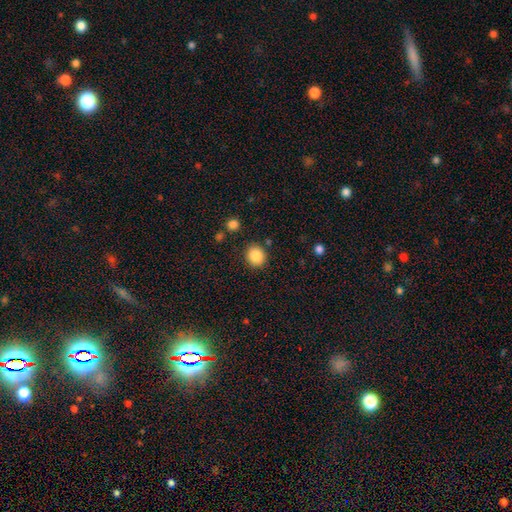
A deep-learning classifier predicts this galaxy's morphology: Overall: smooth (87%). How rounded: round (79%). Merging: none (87%).